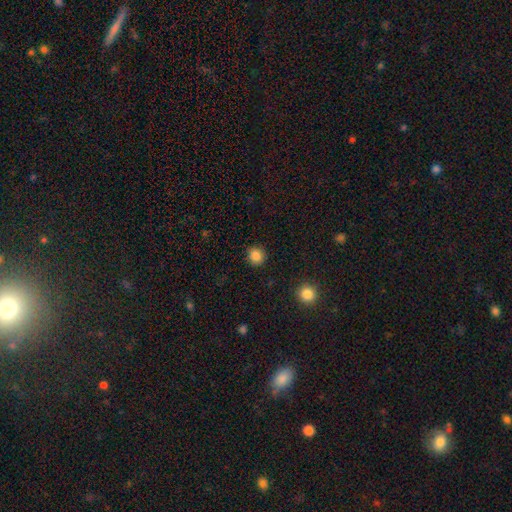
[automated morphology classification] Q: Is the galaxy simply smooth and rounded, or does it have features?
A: smooth — 86%.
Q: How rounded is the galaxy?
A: round — 88%.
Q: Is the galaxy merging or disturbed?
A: none — 90%.